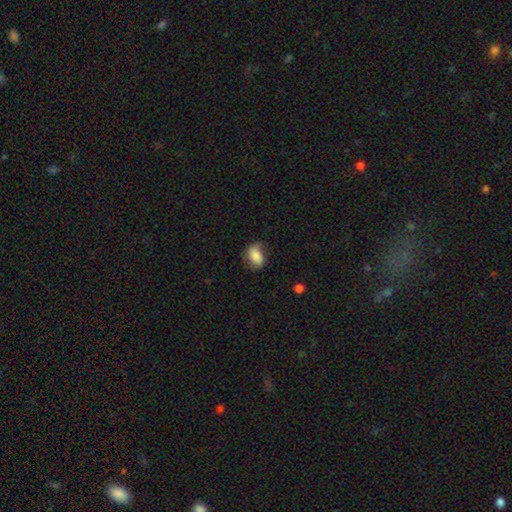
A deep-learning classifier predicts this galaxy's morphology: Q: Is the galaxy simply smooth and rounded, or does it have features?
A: smooth — 82%.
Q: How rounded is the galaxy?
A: in between — 80%.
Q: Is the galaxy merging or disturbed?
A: none — 65%.